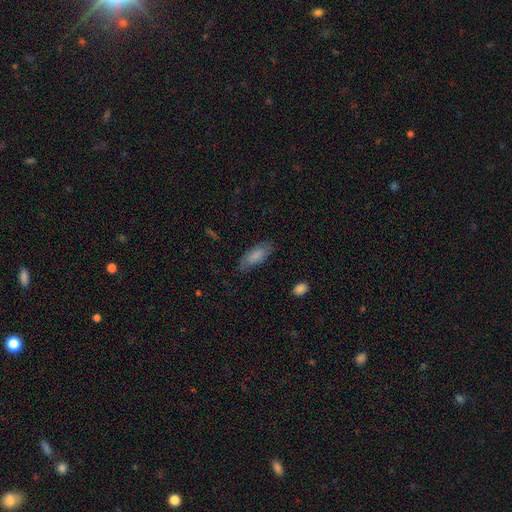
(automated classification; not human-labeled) Smooth or featured?
  - smooth: 80% *
  - featured or disk: 13%
  - star or artifact: 6%
How rounded?
  - in between: 80% *
  - cigar-shaped: 18%
  - round: 2%
Merging?
  - none: 76% *
  - minor disturbance: 18%
  - major disturbance: 4%
  - merger: 1%